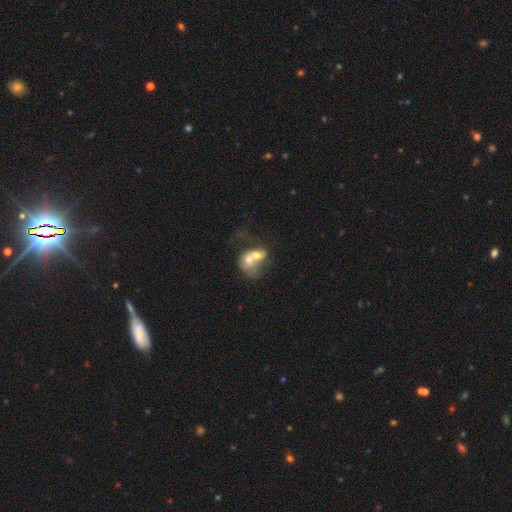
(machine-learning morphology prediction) smooth-or-featured: smooth: 52% | featured or disk: 39% | star or artifact: 8%
  how-rounded: in between: 59% | round: 40% | cigar-shaped: 2%
  merging: merger: 79% | major disturbance: 8% | none: 8% | minor disturbance: 4%